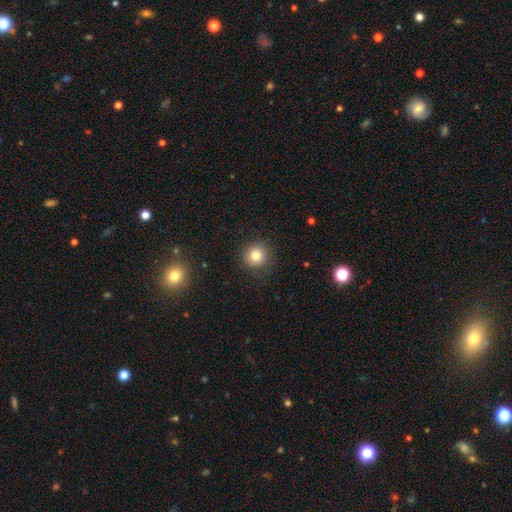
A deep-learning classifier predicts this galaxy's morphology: A smooth galaxy with no disk features (82%) that is round (91%).

Vote fractions:
- Smooth or featured? smooth: 82% / star or artifact: 11% / featured or disk: 7%
- How rounded? round: 91% / in between: 8% / cigar-shaped: 1%
- Merging? none: 86% / minor disturbance: 10% / major disturbance: 3% / merger: 1%